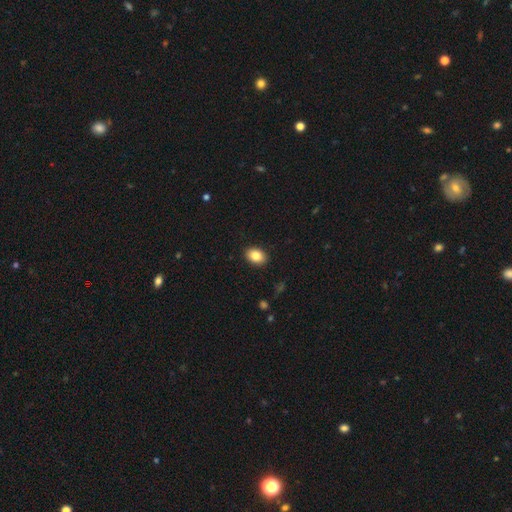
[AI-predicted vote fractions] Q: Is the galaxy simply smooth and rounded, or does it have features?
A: smooth — 85%.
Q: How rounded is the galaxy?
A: in between — 77%.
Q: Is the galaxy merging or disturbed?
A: none — 90%.